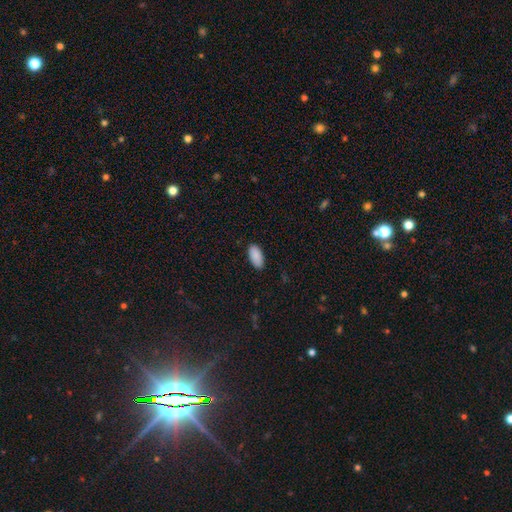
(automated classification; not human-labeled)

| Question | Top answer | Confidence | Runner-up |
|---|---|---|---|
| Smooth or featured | smooth | 90% | star or artifact (6%) |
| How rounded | in between | 94% | cigar-shaped (4%) |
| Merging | none | 88% | minor disturbance (9%) |